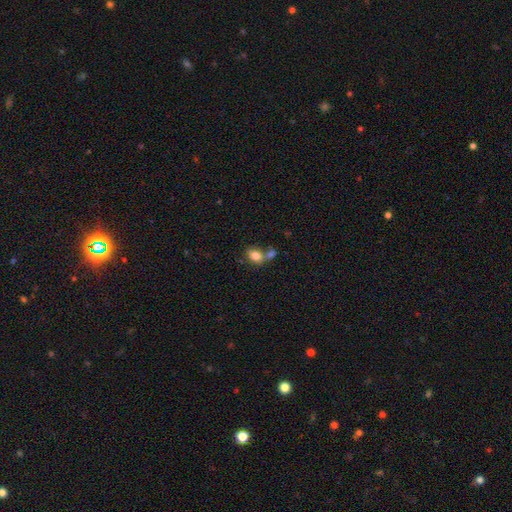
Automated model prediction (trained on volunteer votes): smooth-or-featured: smooth: 80% | featured or disk: 10% | star or artifact: 10%
  how-rounded: in between: 65% | round: 33% | cigar-shaped: 1%
  merging: none: 46% | merger: 37% | minor disturbance: 12% | major disturbance: 5%